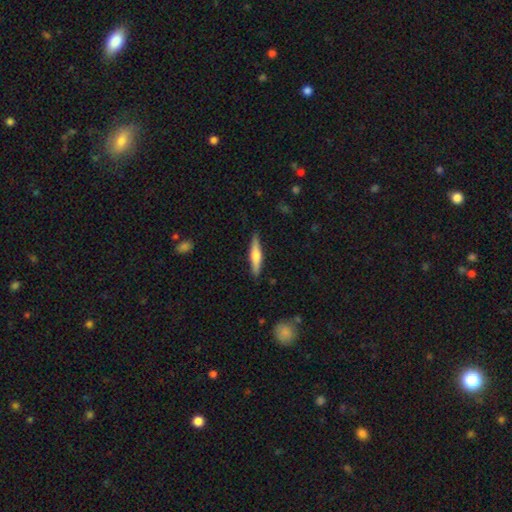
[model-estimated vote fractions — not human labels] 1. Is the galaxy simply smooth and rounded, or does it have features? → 49% smooth, 46% featured or disk, 6% star or artifact.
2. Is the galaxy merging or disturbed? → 88% none, 9% minor disturbance, 2% major disturbance, 1% merger.